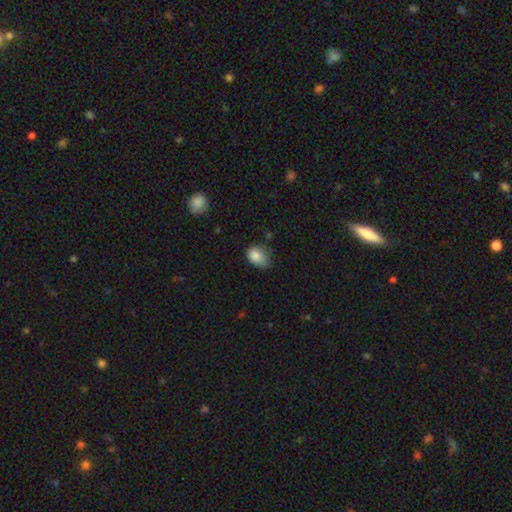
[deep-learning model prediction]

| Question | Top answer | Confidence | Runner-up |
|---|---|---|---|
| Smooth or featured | smooth | 83% | star or artifact (9%) |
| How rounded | in between | 71% | round (28%) |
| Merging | minor disturbance | 43% | none (41%) |